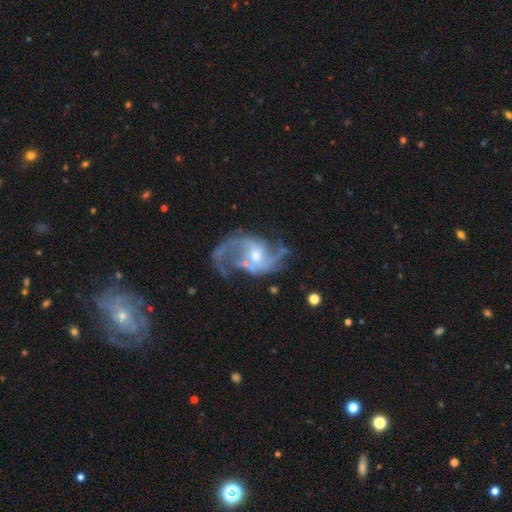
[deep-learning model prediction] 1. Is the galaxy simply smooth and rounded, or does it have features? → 89% featured or disk, 6% star or artifact, 5% smooth.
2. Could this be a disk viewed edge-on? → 98% no, 2% yes.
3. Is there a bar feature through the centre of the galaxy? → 50% no, 40% weak, 10% strong.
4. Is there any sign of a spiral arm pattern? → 95% yes, 5% no.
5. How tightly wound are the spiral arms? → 47% loose, 43% medium, 11% tight.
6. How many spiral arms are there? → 80% 2, 6% can't tell, 5% 3, 4% 1, 2% 4, 2% more than 4.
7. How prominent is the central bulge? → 51% moderate, 43% small, 3% large, 2% none, 1% dominant.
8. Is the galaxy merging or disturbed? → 54% none, 21% major disturbance, 19% minor disturbance, 6% merger.